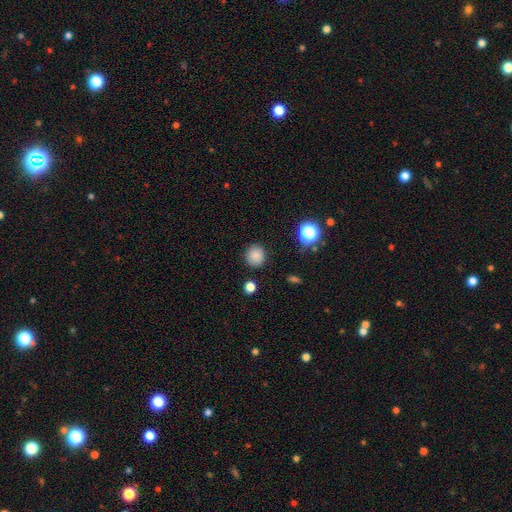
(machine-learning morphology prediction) smooth_or_featured: smooth (p=0.84) [alt: star or artifact p=0.11]
how_rounded: round (p=0.90) [alt: in between p=0.09]
merging: none (p=0.89) [alt: minor disturbance p=0.07]